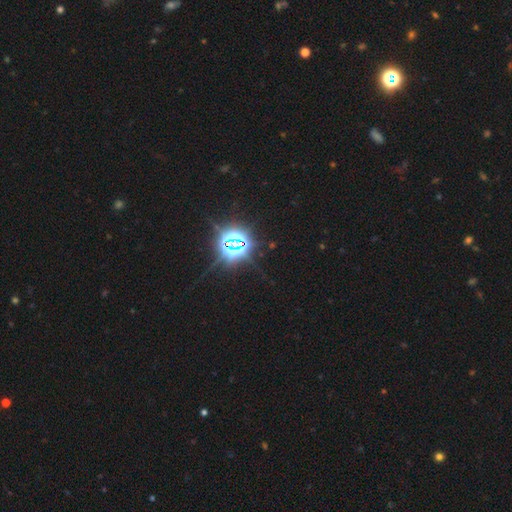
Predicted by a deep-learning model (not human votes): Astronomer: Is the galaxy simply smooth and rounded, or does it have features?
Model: star or artifact — 83%.